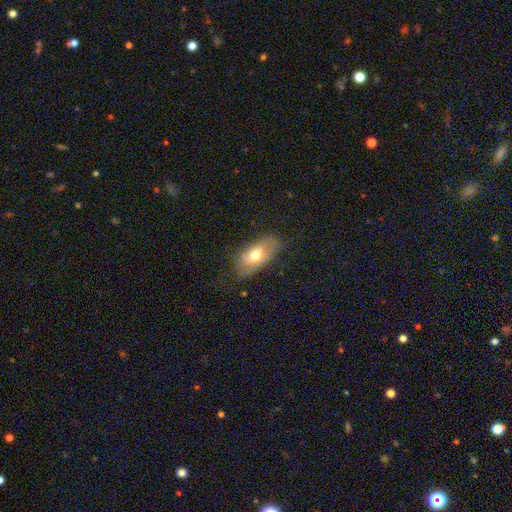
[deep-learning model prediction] Smooth or featured?
  - smooth: 61% *
  - featured or disk: 31%
  - star or artifact: 8%
How rounded?
  - in between: 88% *
  - cigar-shaped: 7%
  - round: 5%
Merging?
  - none: 71% *
  - minor disturbance: 22%
  - major disturbance: 6%
  - merger: 1%